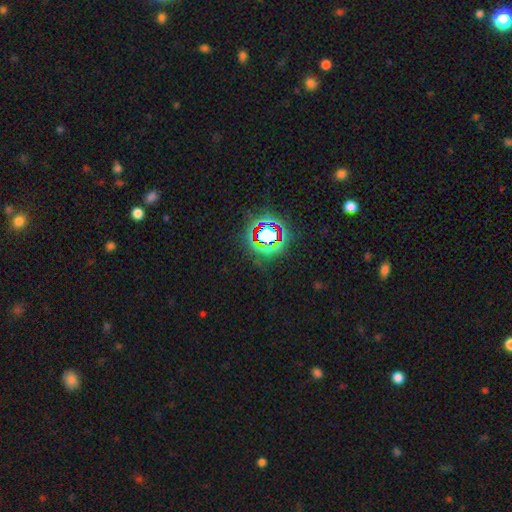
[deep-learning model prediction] Smooth or featured: star or artifact — 73% (smooth — 18%)